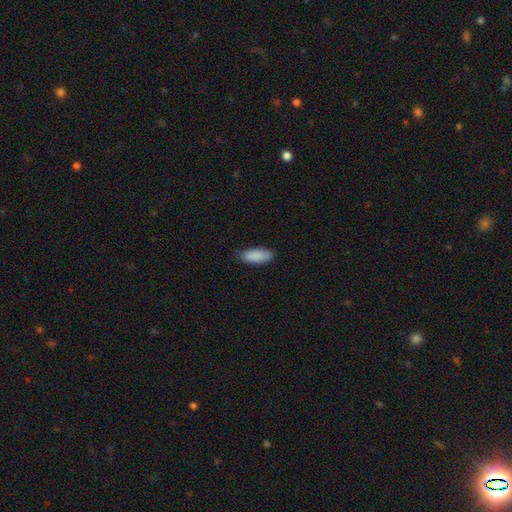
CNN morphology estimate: Overall: smooth (90%). How rounded: in between (80%). Merging: none (81%).